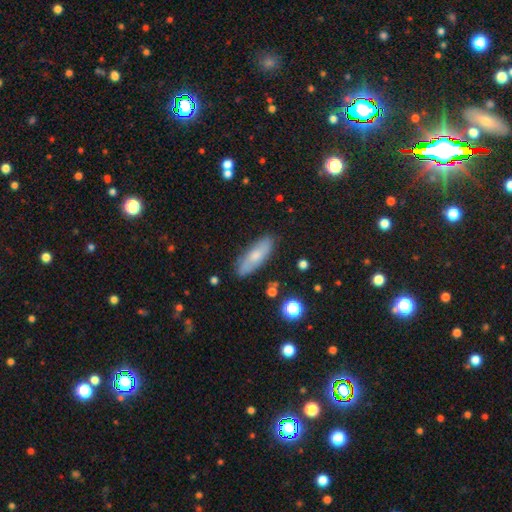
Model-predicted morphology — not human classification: Smooth or featured? Predicted: smooth (p=0.63). How rounded? Predicted: in between (p=0.56). Merging? Predicted: none (p=0.83).